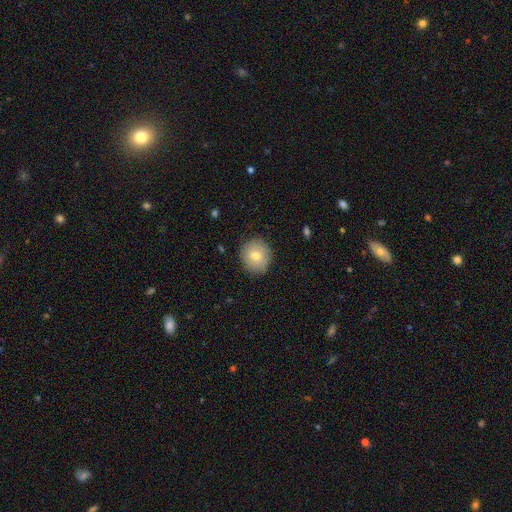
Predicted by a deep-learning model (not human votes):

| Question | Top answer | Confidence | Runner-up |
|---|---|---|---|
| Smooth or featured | smooth | 75% | featured or disk (16%) |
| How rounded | round | 87% | in between (12%) |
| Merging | none | 87% | minor disturbance (10%) |